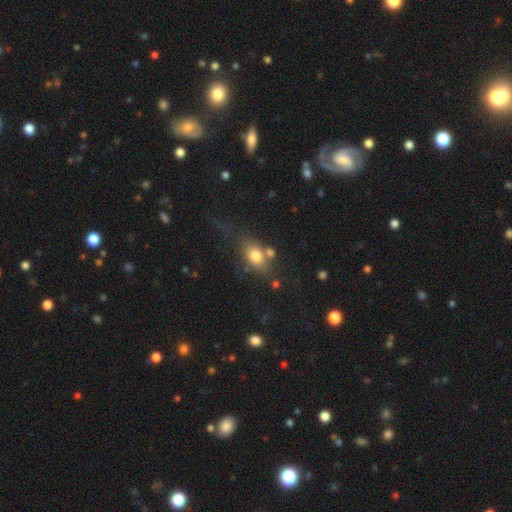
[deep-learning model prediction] This appears to be a smooth galaxy with no disk features (75%) that is in between round and cigar-shaped (68%). Merging: none (48%).